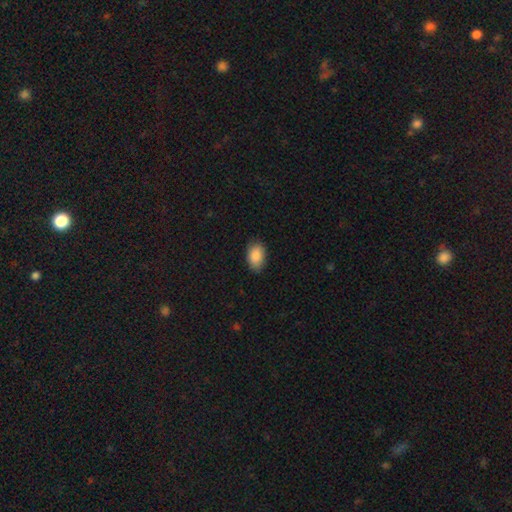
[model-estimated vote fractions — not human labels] This is clearly a smooth galaxy (88%). How rounded: clearly in between (90%). Merging: clearly none (82%).